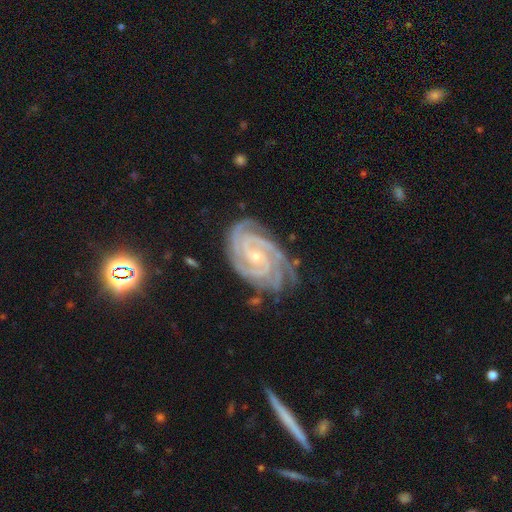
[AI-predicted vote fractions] Smooth or featured: featured or disk — 93% (star or artifact — 5%)
Edge-on disk: no — 98% (yes — 2%)
Bar: no — 51% (weak — 33%)
Spiral arms: yes — 99% (no — 1%)
Spiral winding: tight — 80% (medium — 18%)
Spiral arm count: 3 — 31% (4 — 24%)
Bulge size: small — 74% (moderate — 23%)
Merging: none — 73% (minor disturbance — 20%)